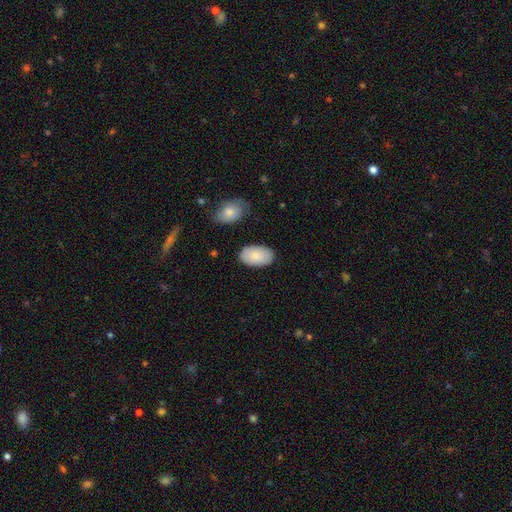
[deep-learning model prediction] Overall: smooth (84%). How rounded: in between (94%). Merging: none (82%).